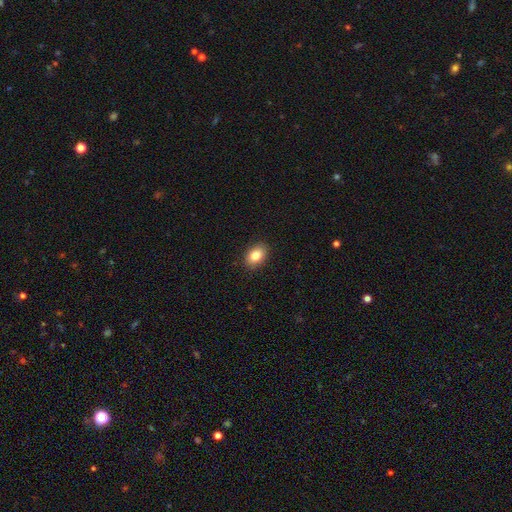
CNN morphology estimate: smooth 84%, star or artifact 9%, featured or disk 7%. Down the decision tree: how rounded — in between (80%); merging — none (89%).